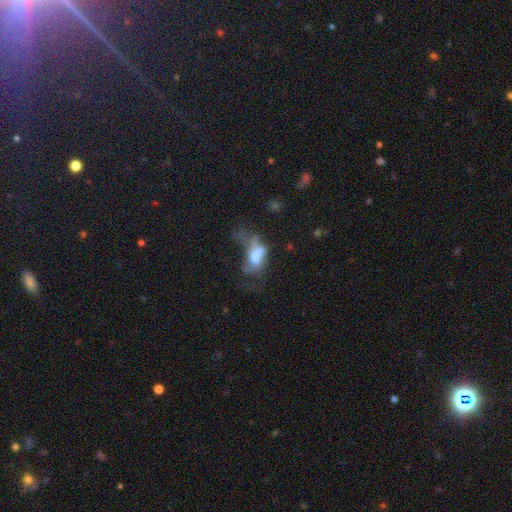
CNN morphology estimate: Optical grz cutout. It shows a smooth galaxy with no disk features (46%). Merging: major disturbance (51%).